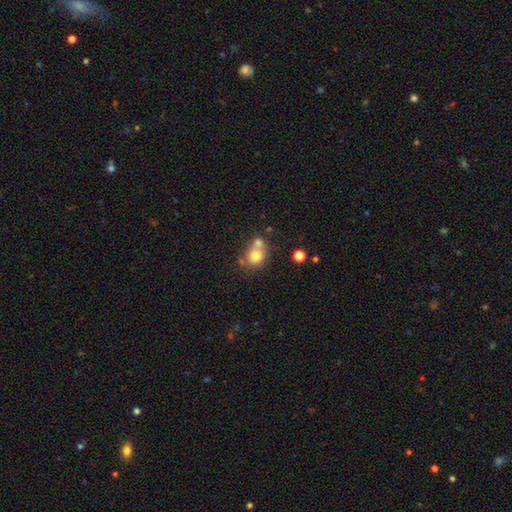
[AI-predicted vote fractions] This is likely a smooth galaxy (73%). How rounded: likely round (72%). Merging: possibly merger (46%).